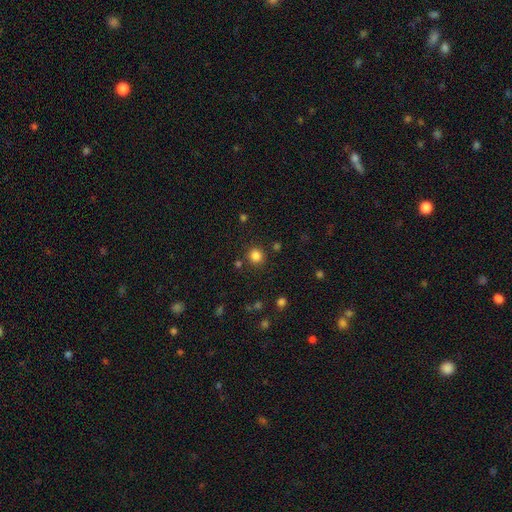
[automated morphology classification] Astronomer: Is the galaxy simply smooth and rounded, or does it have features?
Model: smooth — 83%.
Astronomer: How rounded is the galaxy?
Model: round — 92%.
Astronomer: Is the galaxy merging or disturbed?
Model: none — 86%.